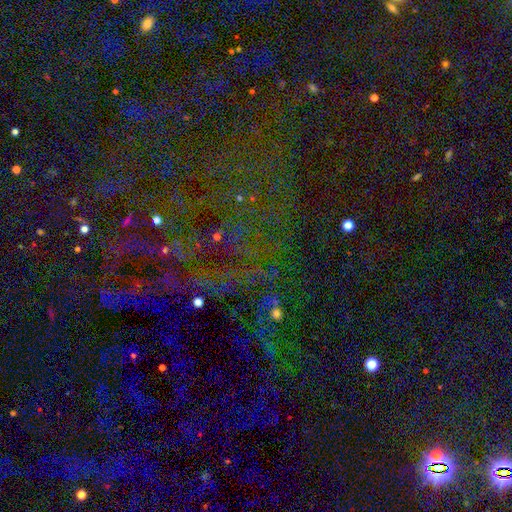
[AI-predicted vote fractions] This is clearly a star or artifact rather than a galaxy (82%).